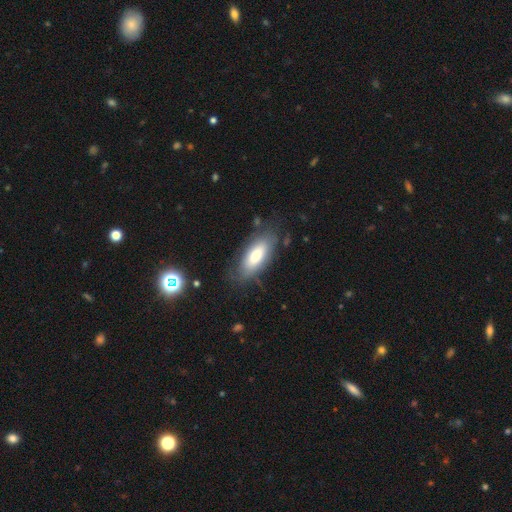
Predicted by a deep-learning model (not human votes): smooth_or_featured: smooth (p=0.68) [alt: featured or disk p=0.25]
how_rounded: in between (p=0.82) [alt: cigar-shaped p=0.16]
merging: none (p=0.75) [alt: minor disturbance p=0.17]